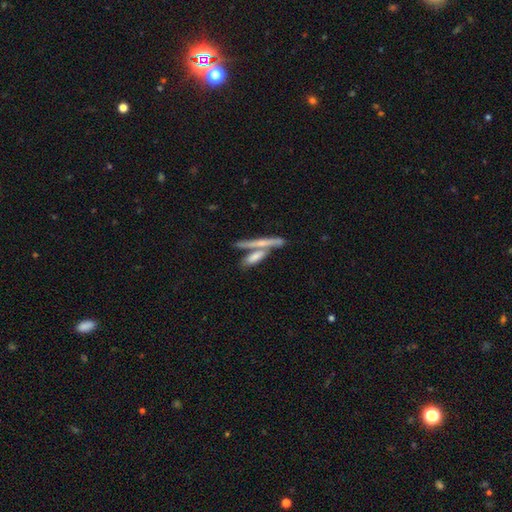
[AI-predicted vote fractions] A smooth galaxy with no disk features (48%). Merging: none (50%).